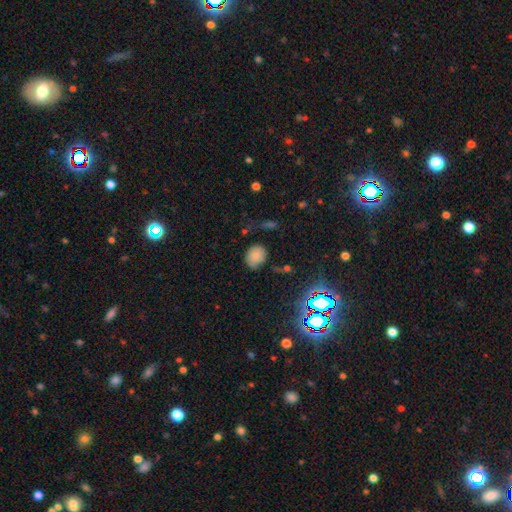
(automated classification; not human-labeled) Smooth or featured?
  - smooth: 76% *
  - star or artifact: 15%
  - featured or disk: 10%
How rounded?
  - round: 58% *
  - in between: 41%
  - cigar-shaped: 1%
Merging?
  - none: 63% *
  - minor disturbance: 25%
  - major disturbance: 8%
  - merger: 4%